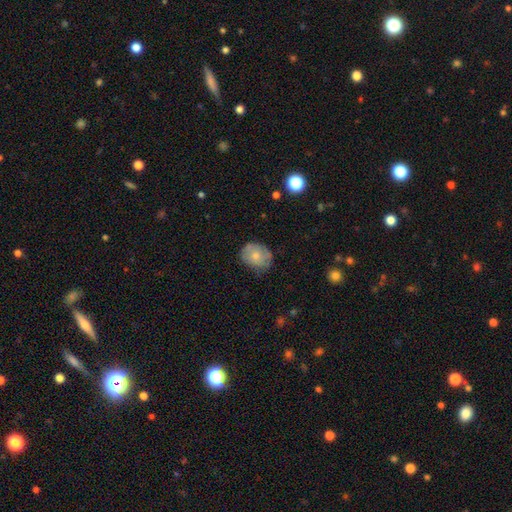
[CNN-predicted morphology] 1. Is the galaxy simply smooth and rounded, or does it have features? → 68% smooth, 24% featured or disk, 8% star or artifact.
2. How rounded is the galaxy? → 51% round, 48% in between, 1% cigar-shaped.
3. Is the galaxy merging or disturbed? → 66% none, 26% minor disturbance, 7% major disturbance, 2% merger.